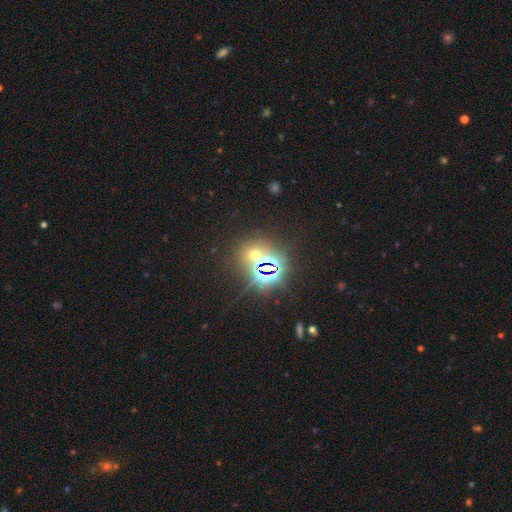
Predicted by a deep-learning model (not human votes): Morphology: type=star or artifact (67%).